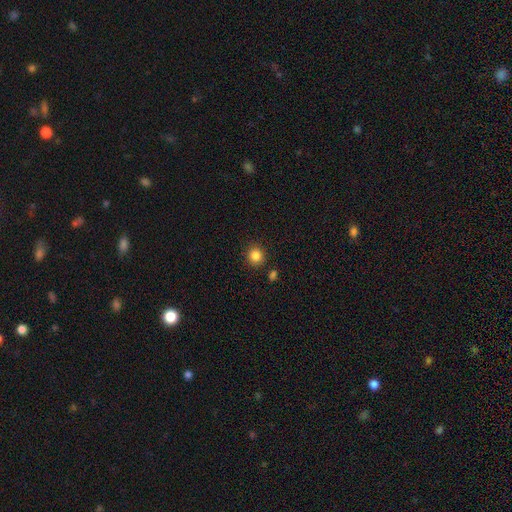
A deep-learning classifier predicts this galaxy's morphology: type=smooth (84%); roundness=round (91%); merging=none (88%).